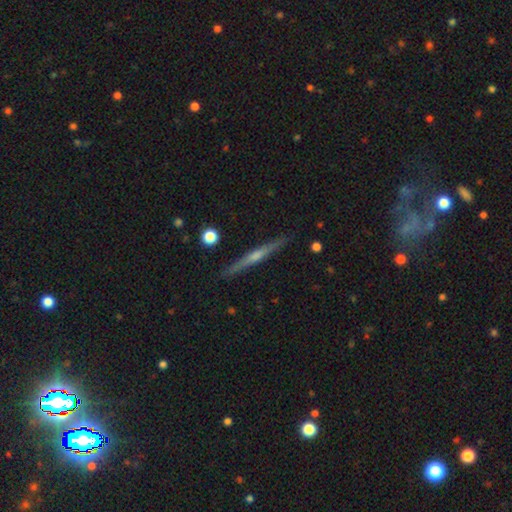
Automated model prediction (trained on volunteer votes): smooth_or_featured: featured or disk (p=0.72) [alt: smooth p=0.22]
disk_edge_on: yes (p=0.98) [alt: no p=0.02]
edge_on_bulge: rounded (p=0.72) [alt: none p=0.21]
merging: none (p=0.91) [alt: minor disturbance p=0.06]